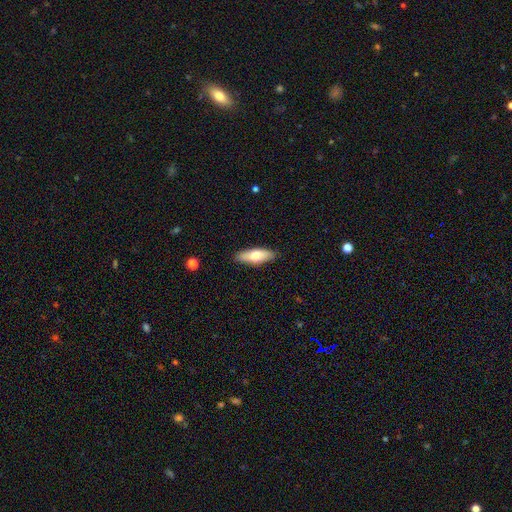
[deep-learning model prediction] This appears to be a smooth galaxy with no disk features (69%) that is in between round and cigar-shaped (64%). Merging: none (88%).